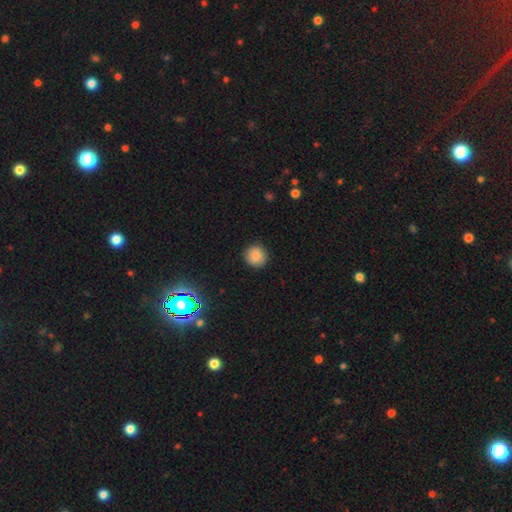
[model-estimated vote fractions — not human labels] Q: Smooth or featured?
A: smooth (84%); runner-up: star or artifact (10%)
Q: How rounded?
A: round (92%); runner-up: in between (7%)
Q: Merging?
A: none (90%); runner-up: minor disturbance (7%)